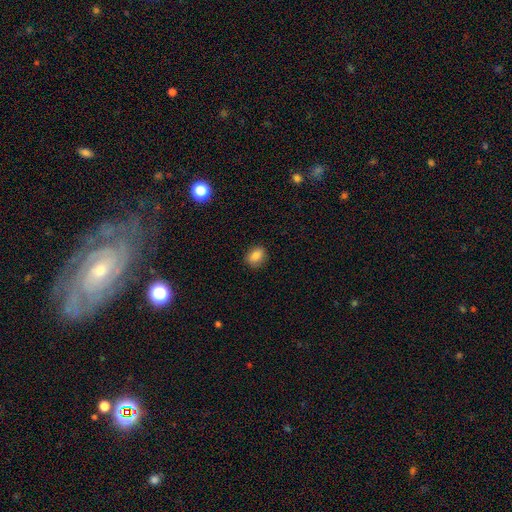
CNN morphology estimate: The model was most divided on "how rounded": in between: 60%, round: 38%, cigar-shaped: 2%. More confident: merging — none (86%); smooth or featured — smooth (85%).